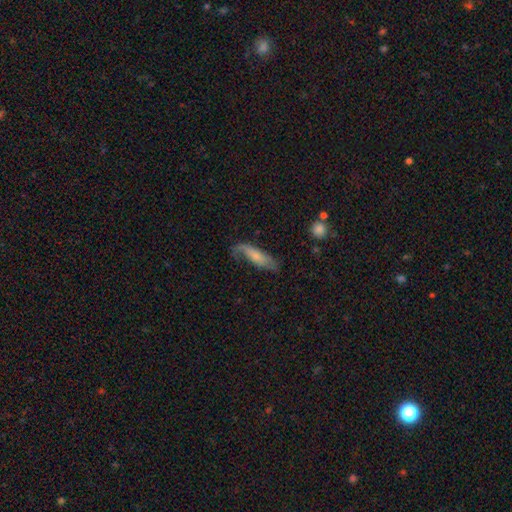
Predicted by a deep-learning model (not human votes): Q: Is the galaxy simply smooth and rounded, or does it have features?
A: smooth — 51%.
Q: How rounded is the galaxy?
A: cigar-shaped — 51%.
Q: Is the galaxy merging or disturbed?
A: none — 47%.